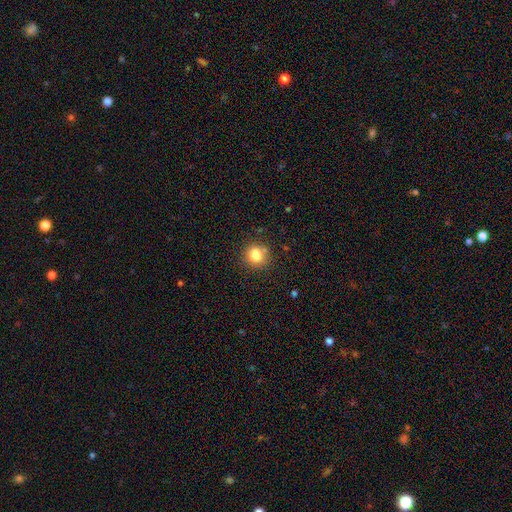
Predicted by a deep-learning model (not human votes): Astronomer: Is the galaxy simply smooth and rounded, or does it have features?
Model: smooth — 81%.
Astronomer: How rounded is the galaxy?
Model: round — 85%.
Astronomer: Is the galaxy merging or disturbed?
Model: none — 79%.